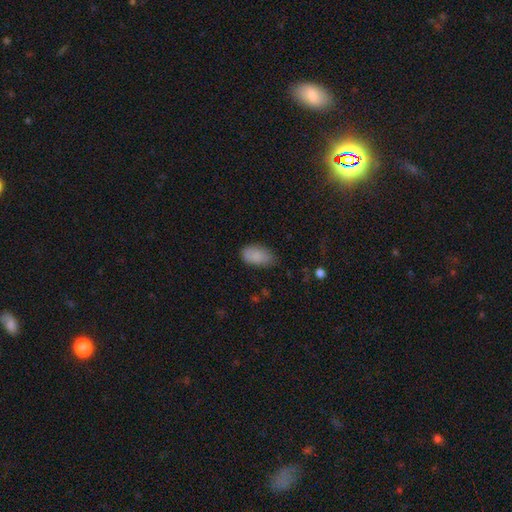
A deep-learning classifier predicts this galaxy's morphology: Smooth or featured? Predicted: smooth (p=0.87). How rounded? Predicted: in between (p=0.93). Merging? Predicted: none (p=0.68).